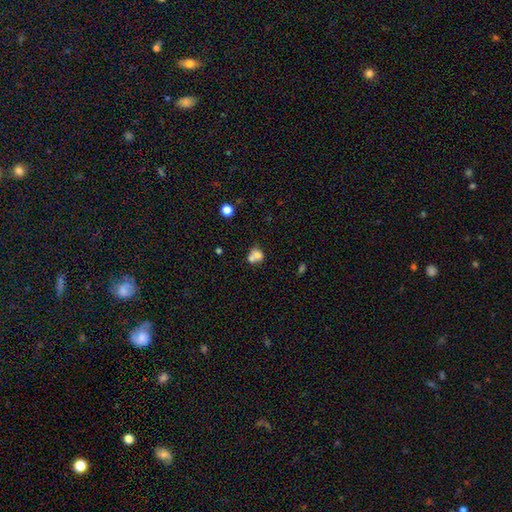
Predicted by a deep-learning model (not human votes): A smooth galaxy with no disk features (69%) that is round (60%). Merging: merger (60%).